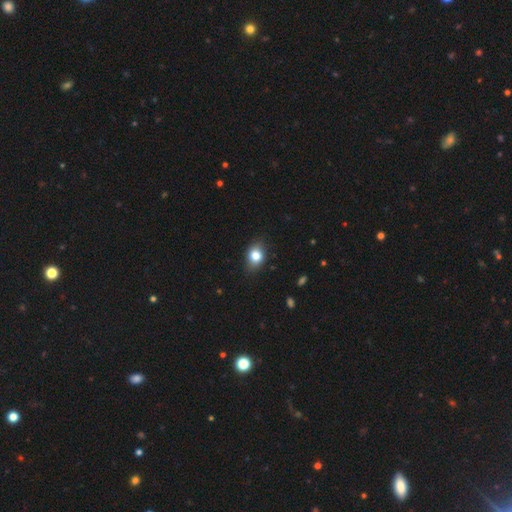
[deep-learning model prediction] Q: Smooth or featured?
A: smooth (80%); runner-up: featured or disk (11%)
Q: How rounded?
A: in between (64%); runner-up: round (34%)
Q: Merging?
A: none (81%); runner-up: minor disturbance (16%)